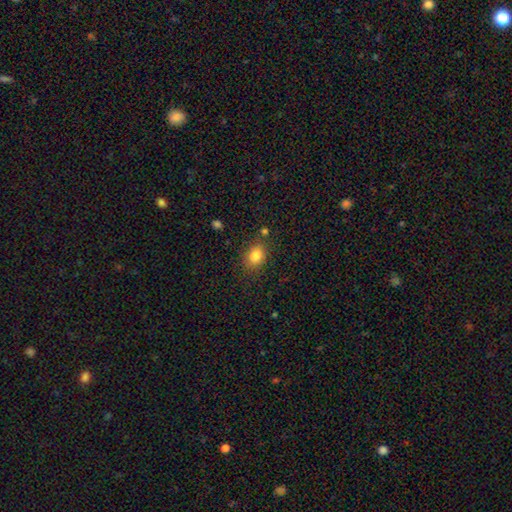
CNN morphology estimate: A smooth galaxy with no disk features (83%) that is in between round and cigar-shaped (66%). Merging: none (80%).